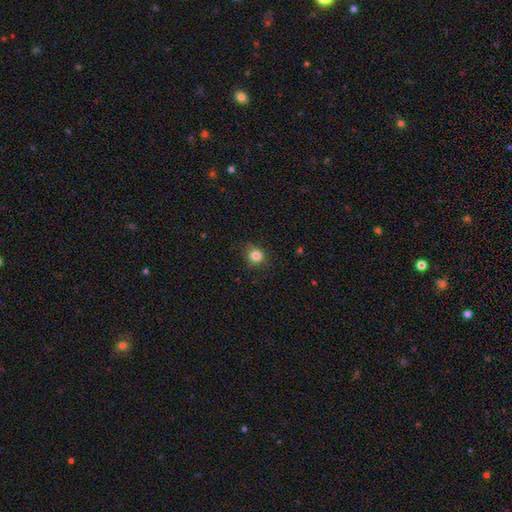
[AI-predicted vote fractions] Q: Smooth or featured?
A: smooth (83%); runner-up: star or artifact (12%)
Q: How rounded?
A: round (82%); runner-up: in between (17%)
Q: Merging?
A: none (80%); runner-up: minor disturbance (15%)